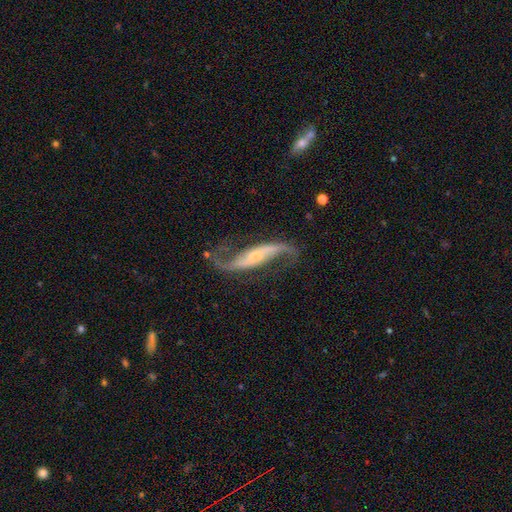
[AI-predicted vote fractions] Q: Smooth or featured?
A: featured or disk (90%); runner-up: star or artifact (5%)
Q: Edge-on disk?
A: no (89%); runner-up: yes (11%)
Q: Bar?
A: no (37%); runner-up: strong (36%)
Q: Spiral arms?
A: yes (97%); runner-up: no (3%)
Q: Spiral winding?
A: loose (84%); runner-up: medium (12%)
Q: Spiral arm count?
A: 2 (94%); runner-up: 1 (2%)
Q: Bulge size?
A: small (67%); runner-up: moderate (27%)
Q: Merging?
A: none (75%); runner-up: minor disturbance (14%)